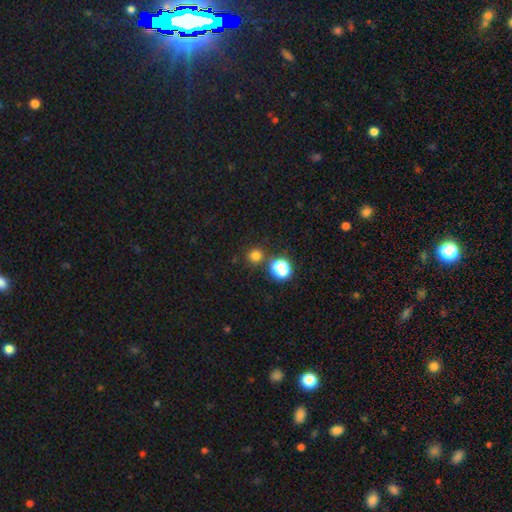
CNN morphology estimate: smooth 73%, star or artifact 22%, featured or disk 5%. Down the decision tree: how rounded — round (91%); merging — none (80%).